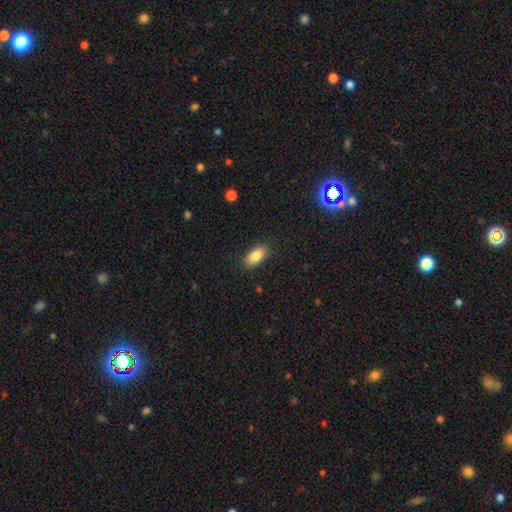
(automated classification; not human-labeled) Q: Smooth or featured?
A: smooth (85%); runner-up: star or artifact (8%)
Q: How rounded?
A: in between (91%); runner-up: cigar-shaped (5%)
Q: Merging?
A: none (86%); runner-up: minor disturbance (10%)